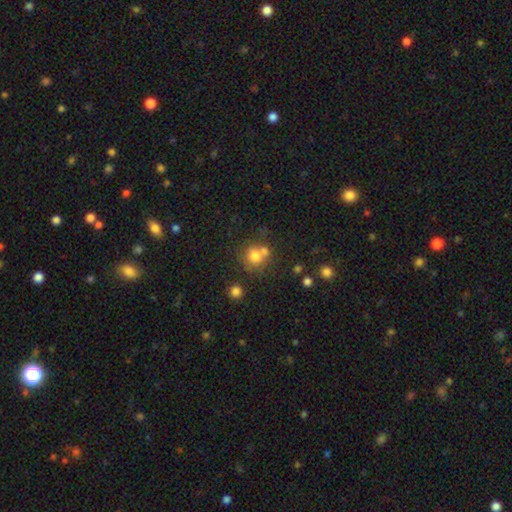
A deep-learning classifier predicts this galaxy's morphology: This is likely a smooth galaxy (75%). How rounded: clearly round (84%). Merging: possibly none (49%).